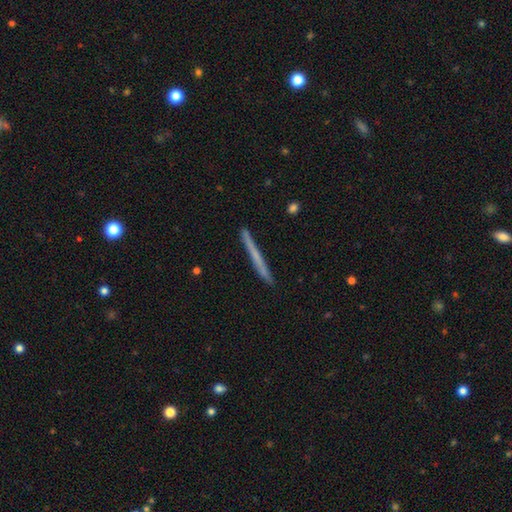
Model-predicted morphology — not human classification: type=smooth (51%); roundness=cigar-shaped (97%); merging=none (91%).